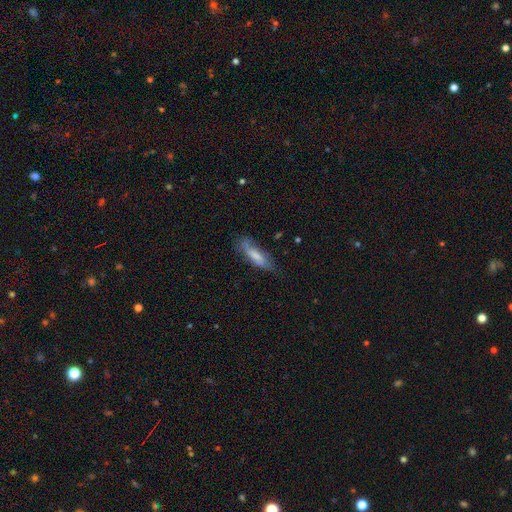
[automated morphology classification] This appears to be a smooth galaxy with no disk features (63%) that is cigar-shaped (54%). Merging: none (61%).